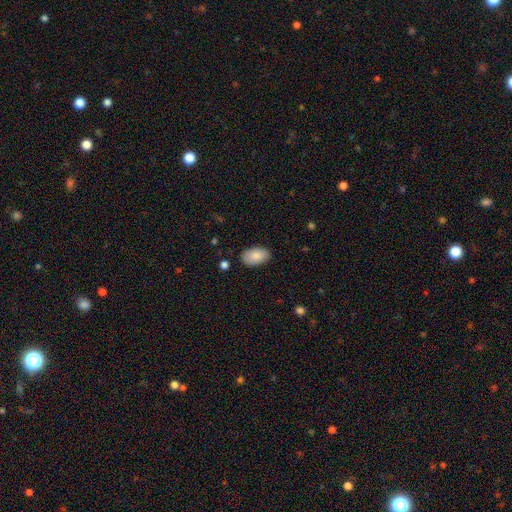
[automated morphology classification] smooth 86%, featured or disk 8%, star or artifact 6%. Down the decision tree: how rounded — in between (94%); merging — none (85%).